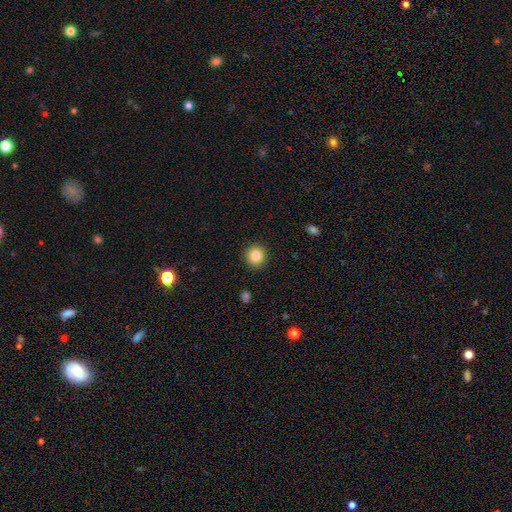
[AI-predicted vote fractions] Overall: smooth (84%). How rounded: round (92%). Merging: none (92%).